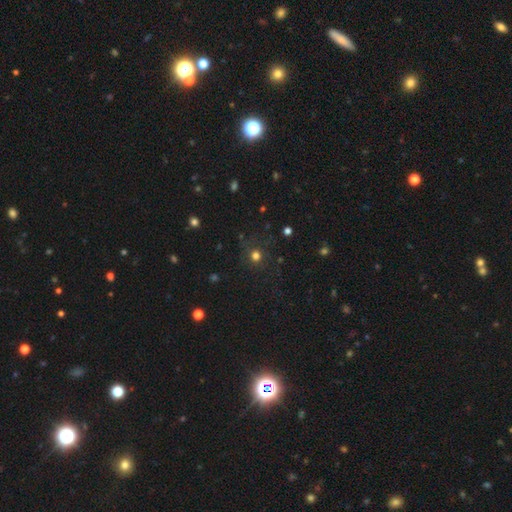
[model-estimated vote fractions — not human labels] smooth-or-featured: smooth: 68% | star or artifact: 23% | featured or disk: 9%
  how-rounded: round: 90% | in between: 9% | cigar-shaped: 1%
  merging: none: 79% | minor disturbance: 12% | major disturbance: 7% | merger: 2%